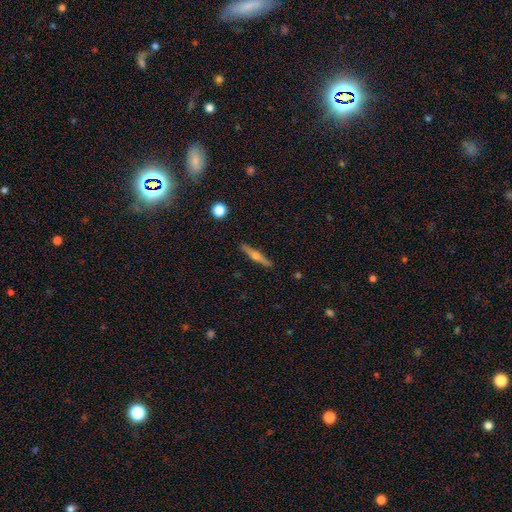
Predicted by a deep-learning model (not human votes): Morphology: type=featured or disk (65%); edge-on=yes (97%); edge-on bulge=rounded (91%); merging=none (91%).